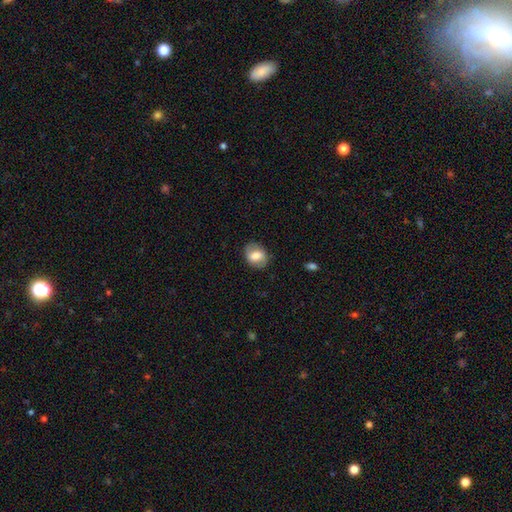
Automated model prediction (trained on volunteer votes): smooth-or-featured: smooth: 67% | featured or disk: 25% | star or artifact: 8%
  how-rounded: in between: 63% | round: 36% | cigar-shaped: 1%
  merging: none: 79% | minor disturbance: 15% | major disturbance: 5% | merger: 1%